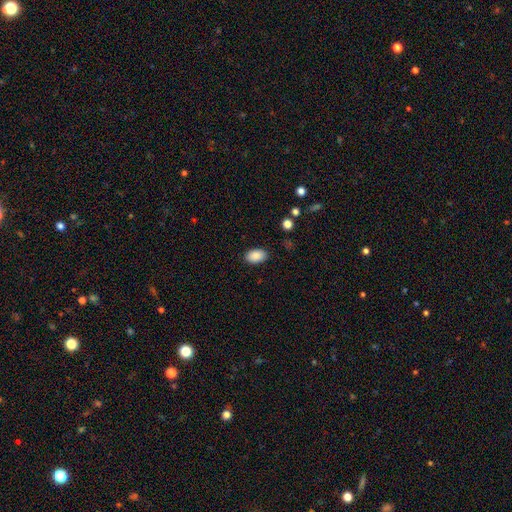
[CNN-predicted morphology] This is clearly a smooth galaxy (88%). How rounded: clearly in between (91%). Merging: clearly none (87%).